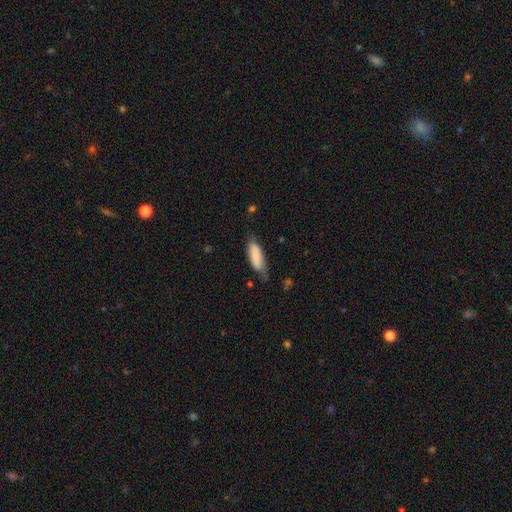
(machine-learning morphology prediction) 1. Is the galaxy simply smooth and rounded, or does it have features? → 78% smooth, 16% featured or disk, 6% star or artifact.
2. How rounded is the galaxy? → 61% in between, 37% cigar-shaped, 2% round.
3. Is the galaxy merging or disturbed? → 56% none, 33% minor disturbance, 9% major disturbance, 2% merger.